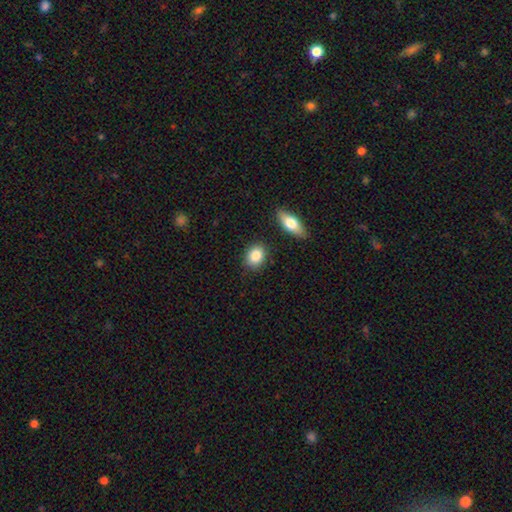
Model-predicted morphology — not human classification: A smooth galaxy with no disk features (85%) that is in between round and cigar-shaped (62%).

Vote fractions:
- Smooth or featured? smooth: 85% / featured or disk: 8% / star or artifact: 7%
- How rounded? in between: 62% / round: 36% / cigar-shaped: 2%
- Merging? none: 83% / minor disturbance: 10% / merger: 5% / major disturbance: 2%